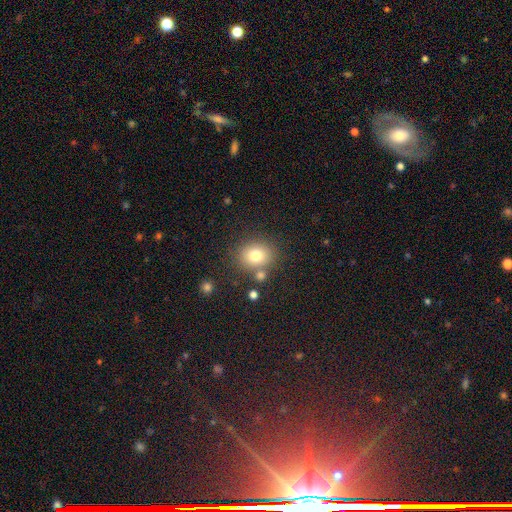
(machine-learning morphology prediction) Q: Smooth or featured?
A: smooth (77%); runner-up: star or artifact (12%)
Q: How rounded?
A: round (68%); runner-up: in between (31%)
Q: Merging?
A: none (74%); runner-up: minor disturbance (11%)